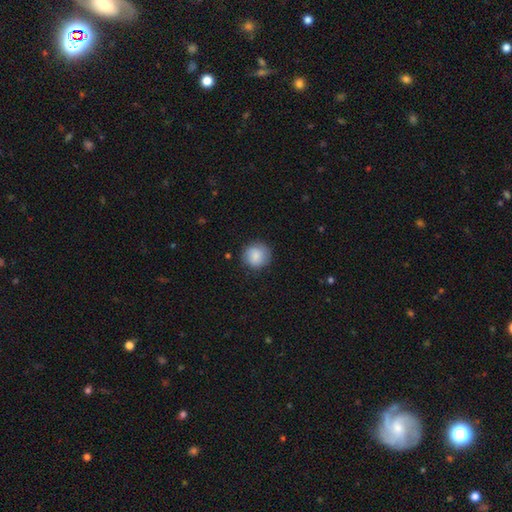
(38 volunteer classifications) Q: Smooth or featured?
A: smooth (92%); runner-up: star or artifact (5%)
Q: How rounded?
A: round (94%); runner-up: in between (6%)
Q: Merging?
A: none (89%); runner-up: major disturbance (6%)